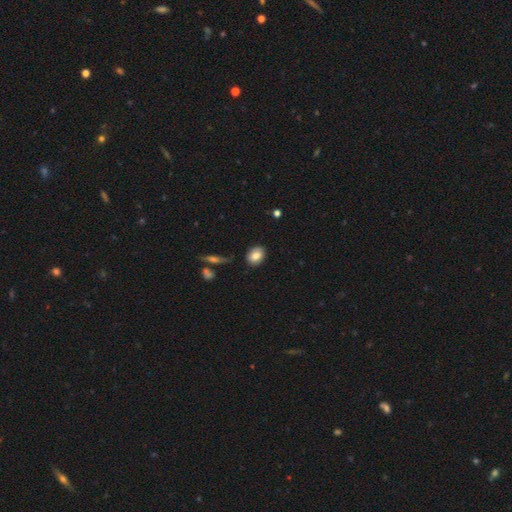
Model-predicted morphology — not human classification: Smooth or featured: smooth — 79% (featured or disk — 13%)
How rounded: in between — 60% (round — 38%)
Merging: none — 83% (minor disturbance — 12%)